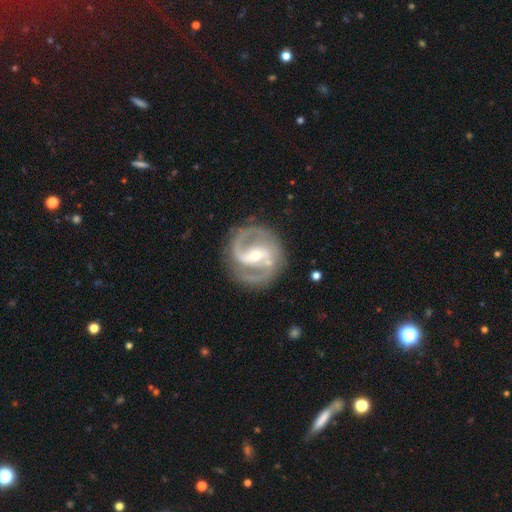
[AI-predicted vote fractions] This appears to be a featured or disk galaxy (91%) with a strong bar (47%), 2 (90%) medium (58%) spiral arms (97%) and a small central bulge (53%). Merging: none (81%).